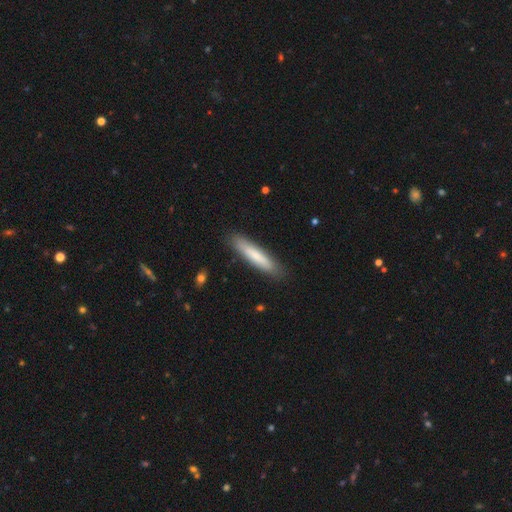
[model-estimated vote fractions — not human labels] Smooth or featured? smooth (74%)
How rounded? cigar-shaped (88%)
Merging? none (88%)